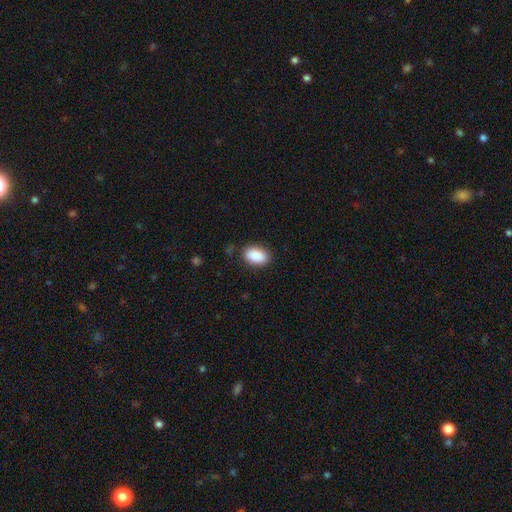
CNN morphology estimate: smooth_or_featured: smooth (p=0.90) [alt: star or artifact p=0.07]
how_rounded: in between (p=0.91) [alt: round p=0.08]
merging: none (p=0.86) [alt: minor disturbance p=0.10]